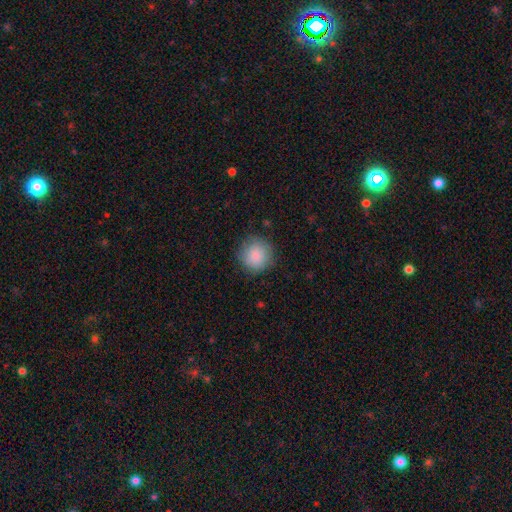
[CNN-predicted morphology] Smooth or featured? smooth (88%)
How rounded? round (93%)
Merging? none (83%)